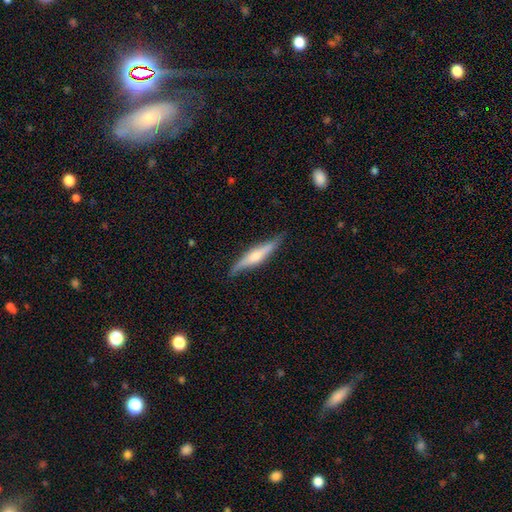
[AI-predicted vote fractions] Smooth or featured?
  - featured or disk: 59% *
  - smooth: 36%
  - star or artifact: 5%
Edge-on disk?
  - yes: 92% *
  - no: 8%
Edge-on bulge?
  - rounded: 73% *
  - boxy: 16%
  - none: 11%
Merging?
  - none: 81% *
  - minor disturbance: 15%
  - major disturbance: 3%
  - merger: 1%